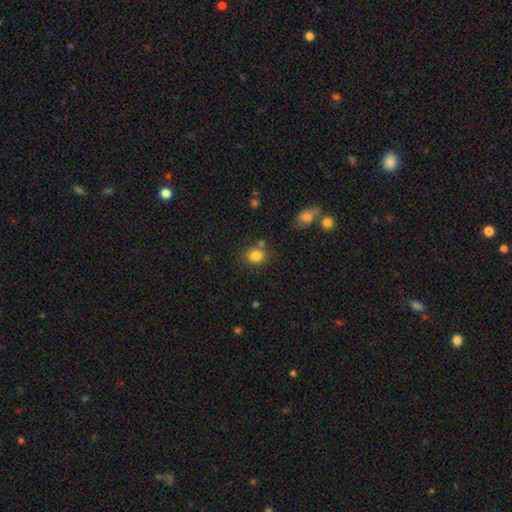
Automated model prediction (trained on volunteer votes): The model was most divided on "how rounded": round: 63%, in between: 36%, cigar-shaped: 1%. More confident: smooth or featured — smooth (82%); merging — none (71%).